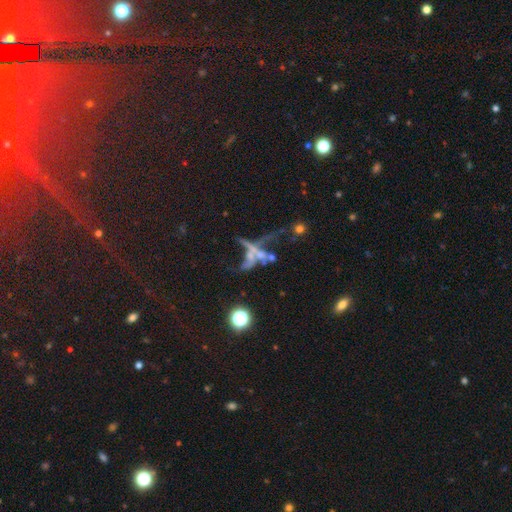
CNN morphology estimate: The model was most divided on "merging": merger: 39%, major disturbance: 30%, none: 21%, minor disturbance: 10%. More confident: edge-on disk — no (81%); smooth or featured — featured or disk (55%).